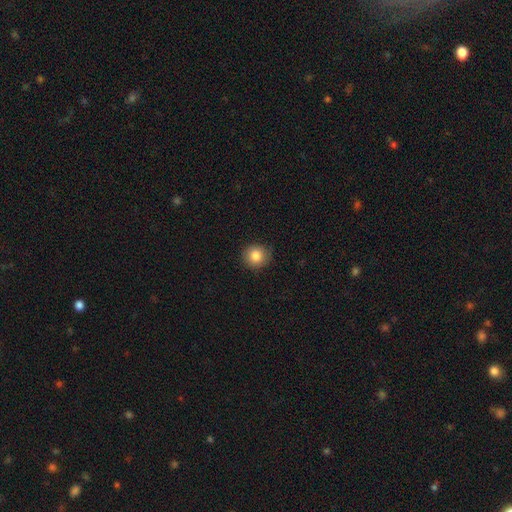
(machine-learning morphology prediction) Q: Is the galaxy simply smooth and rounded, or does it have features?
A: smooth — 84%.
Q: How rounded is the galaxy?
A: round — 89%.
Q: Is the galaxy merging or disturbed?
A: none — 86%.